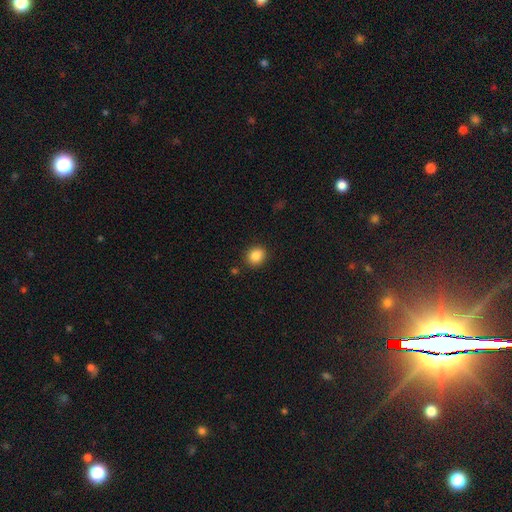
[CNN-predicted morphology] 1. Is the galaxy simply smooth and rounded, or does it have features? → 86% smooth, 10% star or artifact, 5% featured or disk.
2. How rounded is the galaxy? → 74% round, 25% in between, 1% cigar-shaped.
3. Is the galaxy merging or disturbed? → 88% none, 8% minor disturbance, 2% major disturbance, 2% merger.